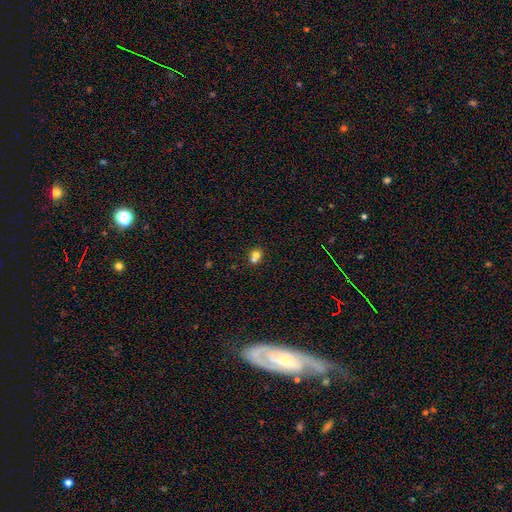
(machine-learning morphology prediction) A smooth galaxy with no disk features (73%) that is round (67%). Merging: merger (54%).